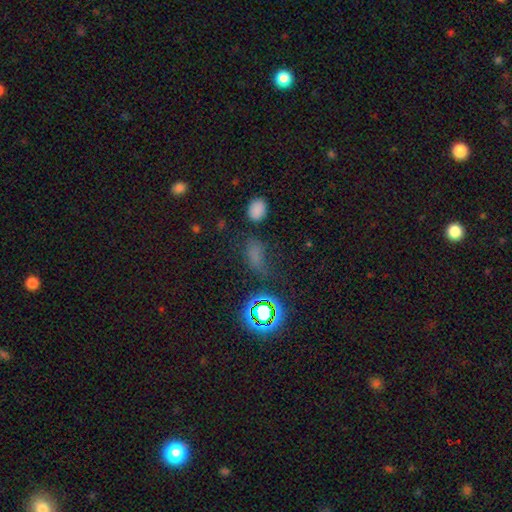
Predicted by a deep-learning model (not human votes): Smooth or featured? Predicted: smooth (p=0.50). How rounded? Predicted: in between (p=0.71). Merging? Predicted: none (p=0.56).